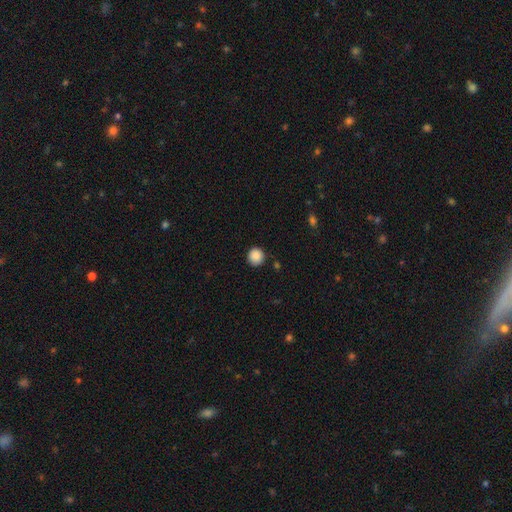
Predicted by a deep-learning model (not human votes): A smooth galaxy with no disk features (88%) that is round (93%).

Vote fractions:
- Smooth or featured? smooth: 88% / star or artifact: 9% / featured or disk: 3%
- How rounded? round: 93% / in between: 6% / cigar-shaped: 1%
- Merging? none: 88% / minor disturbance: 8% / major disturbance: 2% / merger: 2%